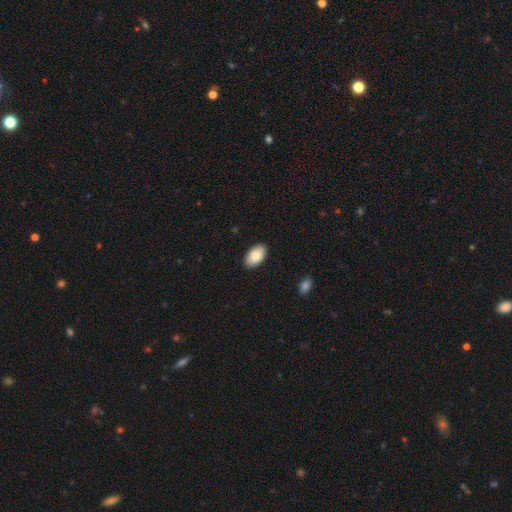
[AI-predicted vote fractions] Overall: smooth (84%). How rounded: in between (95%). Merging: none (89%).